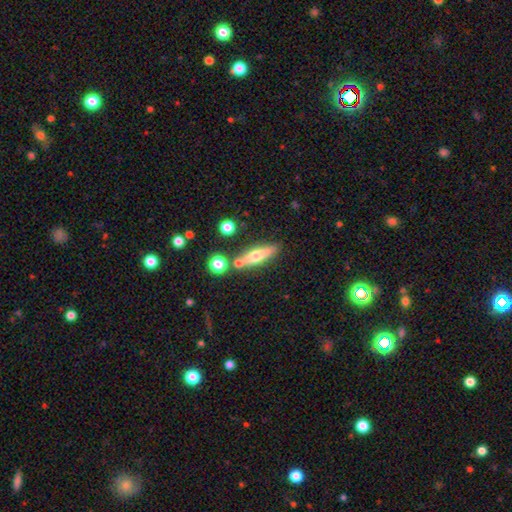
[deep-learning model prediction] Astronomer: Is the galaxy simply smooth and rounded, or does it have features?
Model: smooth — 50% (runner-up: featured or disk, 42%).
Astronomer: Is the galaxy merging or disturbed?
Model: none — 73%.